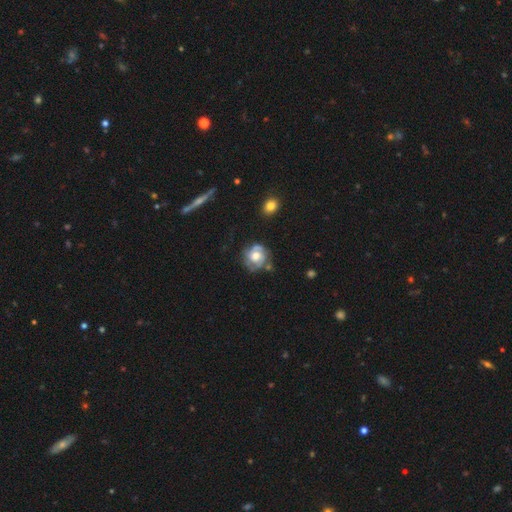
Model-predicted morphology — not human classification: Smooth or featured? Predicted: featured or disk (p=0.61). Edge-on disk? Predicted: no (p=0.97). Bar? Predicted: no (p=0.76). Spiral arms? Predicted: yes (p=0.77). Bulge size? Predicted: moderate (p=0.53). Merging? Predicted: none (p=0.62).